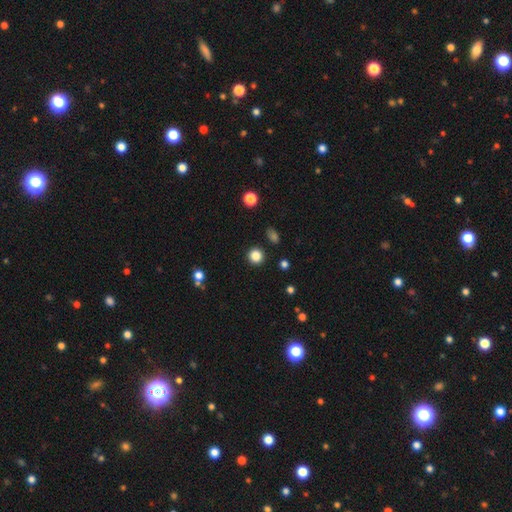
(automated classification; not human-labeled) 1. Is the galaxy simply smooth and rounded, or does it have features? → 84% smooth, 12% star or artifact, 4% featured or disk.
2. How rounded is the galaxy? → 93% round, 6% in between, 1% cigar-shaped.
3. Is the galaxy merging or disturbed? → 90% none, 6% minor disturbance, 2% major disturbance, 2% merger.